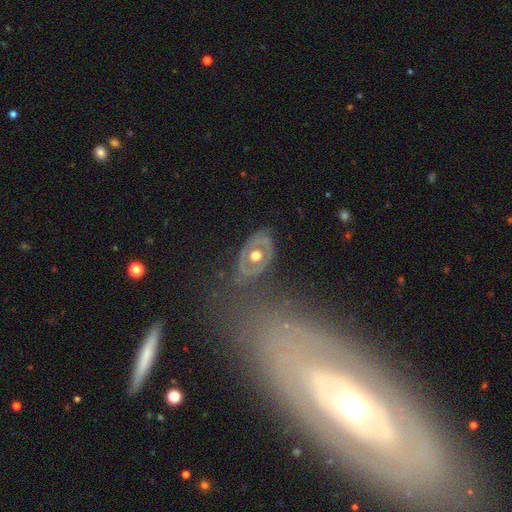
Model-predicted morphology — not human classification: type=featured or disk (65%); edge-on=no (92%); bar=no (90%); spiral arms=no (79%); bulge=moderate (70%); merging=none (75%).